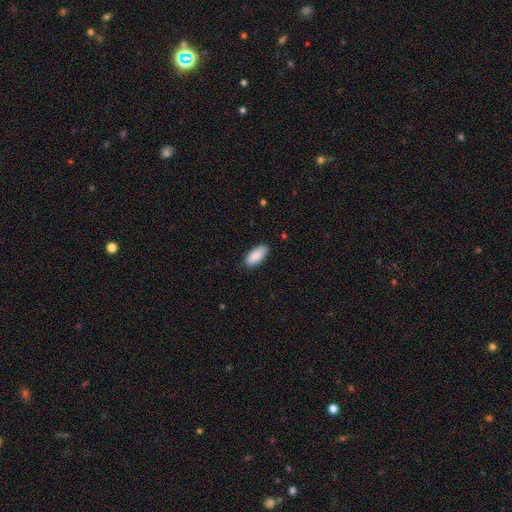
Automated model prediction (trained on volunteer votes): smooth-or-featured: smooth: 90% | star or artifact: 6% | featured or disk: 4%
  how-rounded: in between: 89% | cigar-shaped: 9% | round: 2%
  merging: none: 85% | minor disturbance: 12% | major disturbance: 2% | merger: 1%